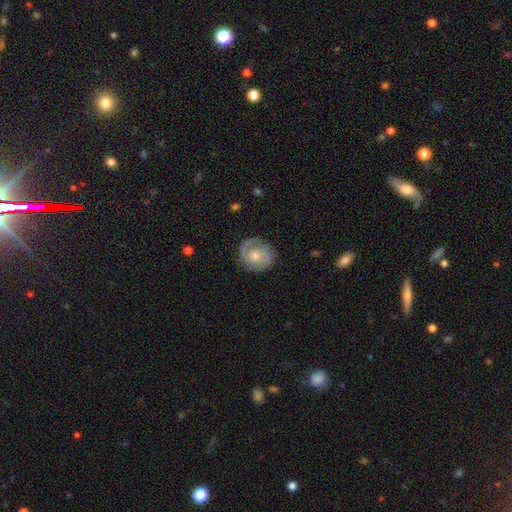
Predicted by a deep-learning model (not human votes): featured or disk 63%, smooth 31%, star or artifact 6%. Down the decision tree: edge-on disk — no (98%); bar — no (69%); spiral arms — yes (87%); spiral arm count — 2 (60%); spiral winding — tight (49%); bulge size — moderate (54%); merging — none (78%).